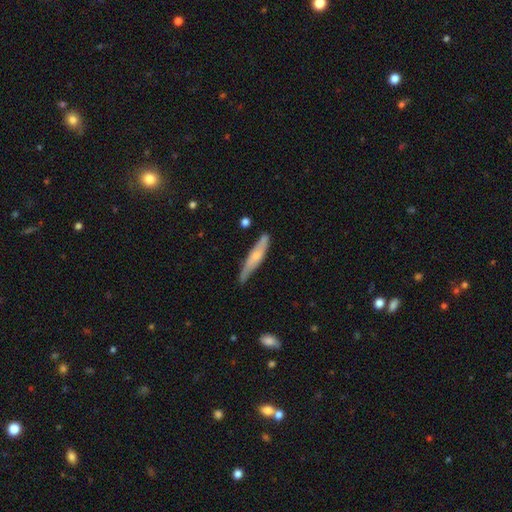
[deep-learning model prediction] A smooth galaxy with no disk features (51%) that is cigar-shaped (88%).

Vote fractions:
- Smooth or featured? smooth: 51% / featured or disk: 43% / star or artifact: 5%
- How rounded? cigar-shaped: 88% / in between: 11% / round: 2%
- Merging? none: 66% / minor disturbance: 27% / major disturbance: 4% / merger: 3%